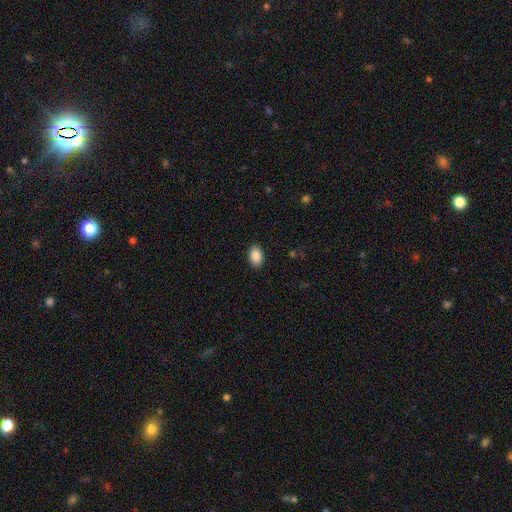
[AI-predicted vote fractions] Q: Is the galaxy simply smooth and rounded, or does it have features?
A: smooth — 89%.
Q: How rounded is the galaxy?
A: in between — 86%.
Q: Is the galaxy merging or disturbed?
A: none — 90%.